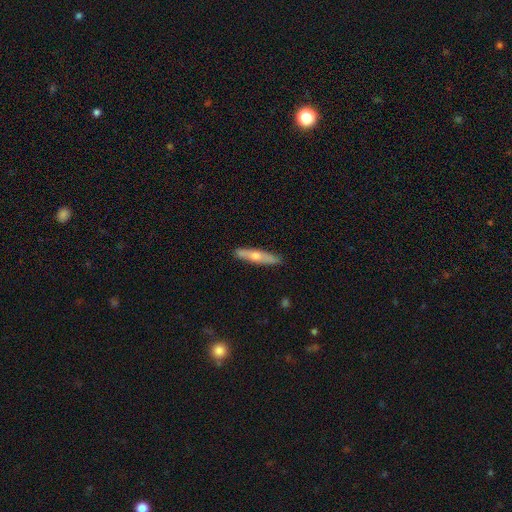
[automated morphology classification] type=featured or disk (48%); merging=none (88%).